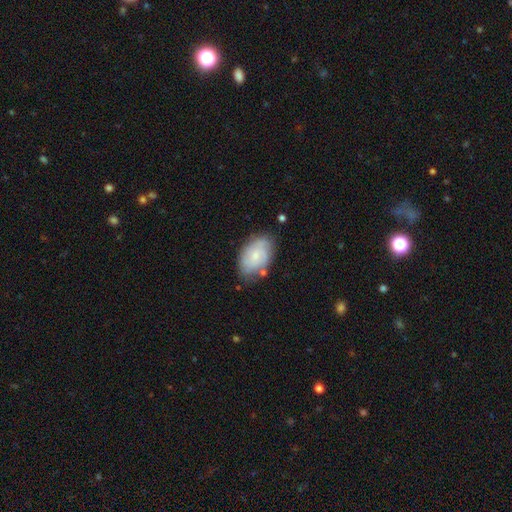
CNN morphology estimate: type=smooth (51%); roundness=in between (89%); merging=none (68%).